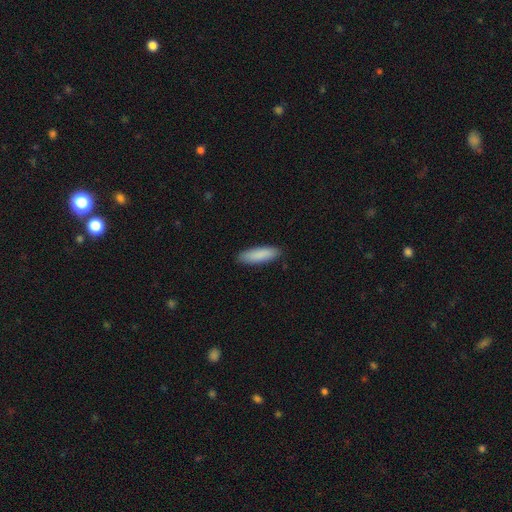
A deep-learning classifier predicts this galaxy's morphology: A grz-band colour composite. It shows a smooth galaxy with no disk features (88%) that is cigar-shaped (57%). Merging: none (89%).